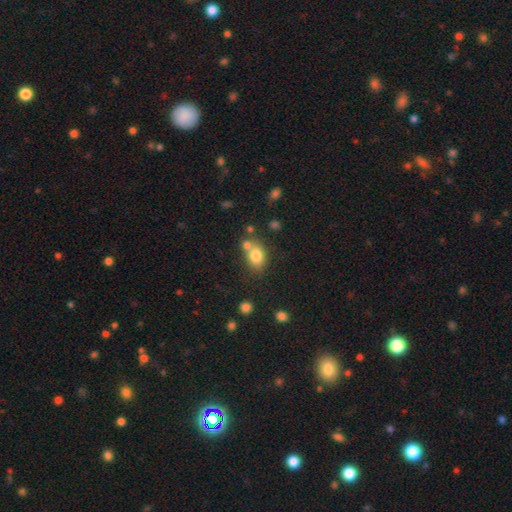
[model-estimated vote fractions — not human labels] smooth 79%, star or artifact 10%, featured or disk 10%. Down the decision tree: how rounded — in between (61%); merging — none (54%).